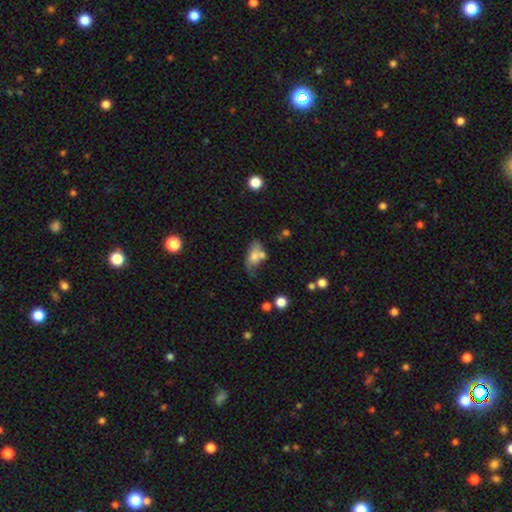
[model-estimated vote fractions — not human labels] Overall: smooth (59%; featured or disk 31%). How rounded: in between (85%). Merging: merger (30%; none 26%).